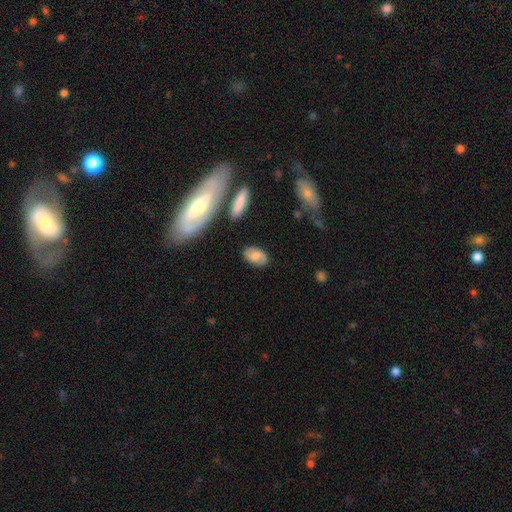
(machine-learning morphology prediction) Smooth or featured: smooth — 60% (featured or disk — 33%)
How rounded: in between — 90% (round — 7%)
Merging: none — 81% (minor disturbance — 13%)